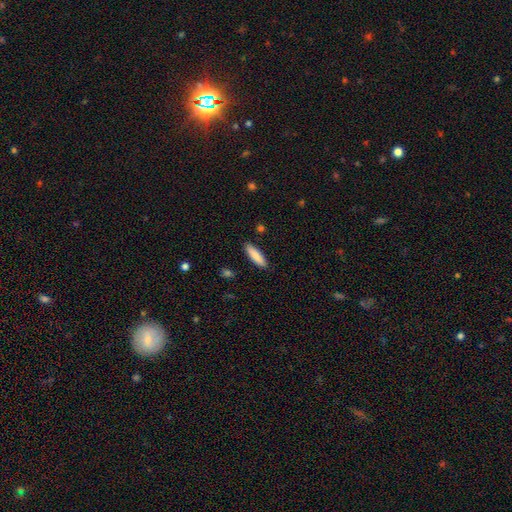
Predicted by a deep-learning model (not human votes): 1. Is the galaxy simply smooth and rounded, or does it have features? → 87% smooth, 8% featured or disk, 6% star or artifact.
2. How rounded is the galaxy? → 61% cigar-shaped, 38% in between, 1% round.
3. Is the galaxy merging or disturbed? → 89% none, 8% minor disturbance, 2% major disturbance, 1% merger.